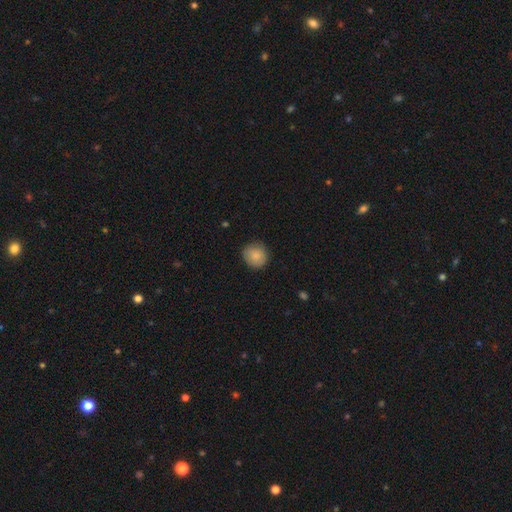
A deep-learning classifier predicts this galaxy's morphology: Overall: smooth (87%). How rounded: round (89%). Merging: none (82%).